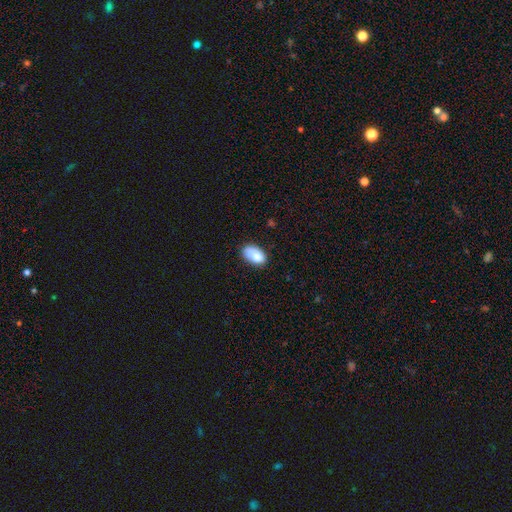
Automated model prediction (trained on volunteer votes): The model was most divided on "merging": none: 60%, minor disturbance: 29%, major disturbance: 7%, merger: 3%. More confident: how rounded — in between (92%); smooth or featured — smooth (82%).